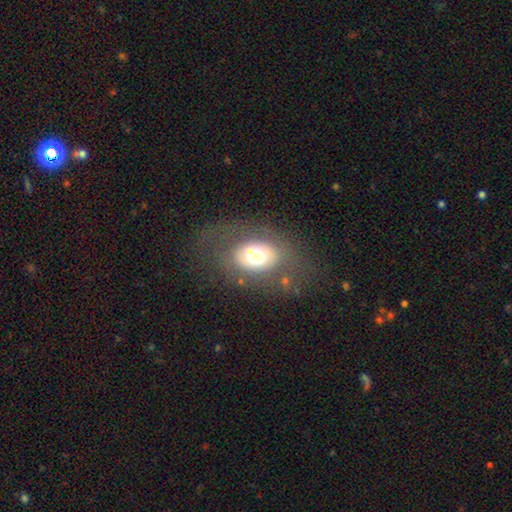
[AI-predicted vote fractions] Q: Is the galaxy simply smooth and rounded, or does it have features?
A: smooth — 59%.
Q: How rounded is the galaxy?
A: in between — 68%.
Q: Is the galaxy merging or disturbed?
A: none — 61%.